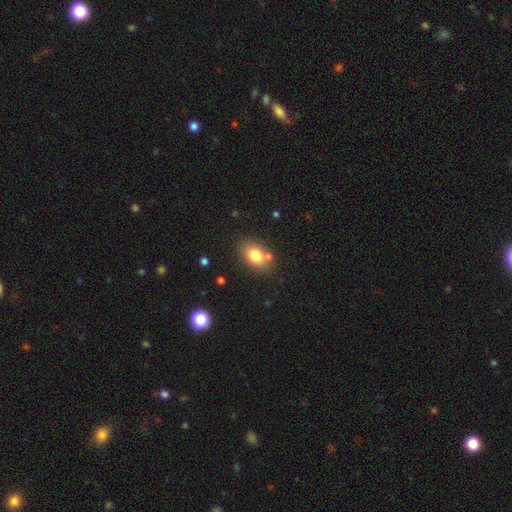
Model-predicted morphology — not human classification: Smooth or featured?
  - smooth: 79% *
  - featured or disk: 11%
  - star or artifact: 10%
How rounded?
  - in between: 78% *
  - round: 21%
  - cigar-shaped: 1%
Merging?
  - none: 74% *
  - minor disturbance: 13%
  - merger: 10%
  - major disturbance: 4%